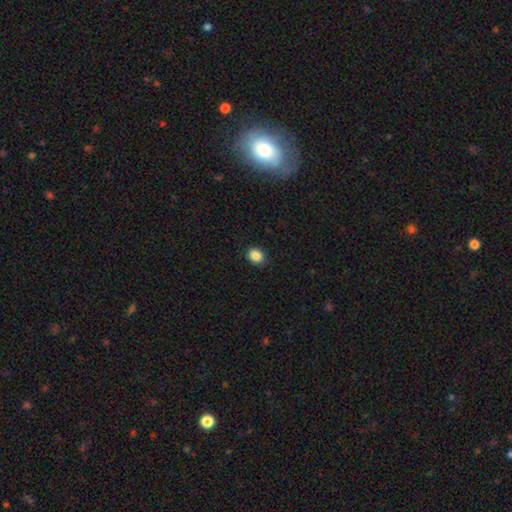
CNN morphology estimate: smooth_or_featured: smooth (p=0.87) [alt: star or artifact p=0.09]
how_rounded: in between (p=0.50) [alt: round p=0.49]
merging: none (p=0.89) [alt: minor disturbance p=0.08]